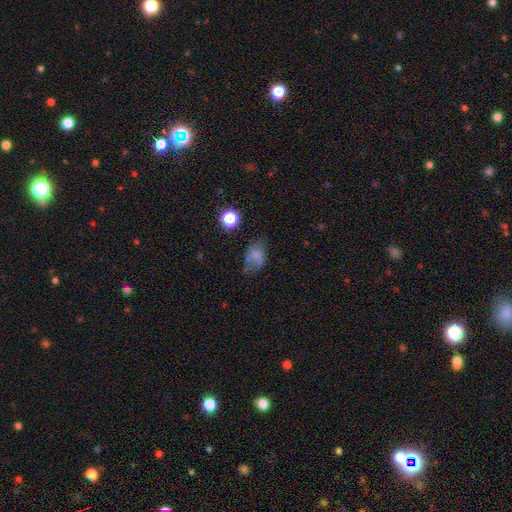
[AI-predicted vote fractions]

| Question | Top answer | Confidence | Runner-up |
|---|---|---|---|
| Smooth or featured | smooth | 58% | featured or disk (26%) |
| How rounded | in between | 80% | round (18%) |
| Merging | none | 43% | minor disturbance (28%) |